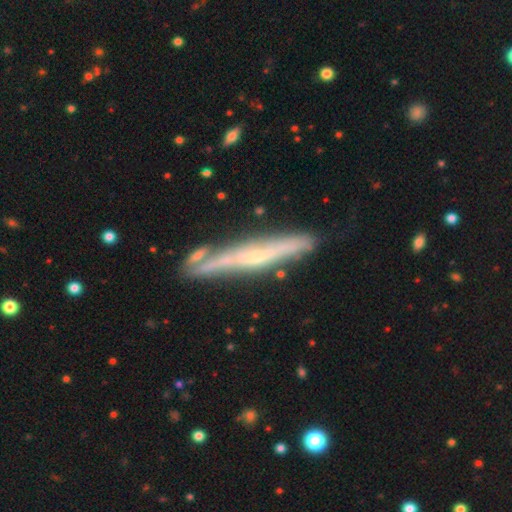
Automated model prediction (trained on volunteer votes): The model was most divided on "edge-on bulge": rounded: 54%, none: 41%, boxy: 5%. More confident: edge-on disk — yes (89%); merging — none (75%); smooth or featured — featured or disk (73%).